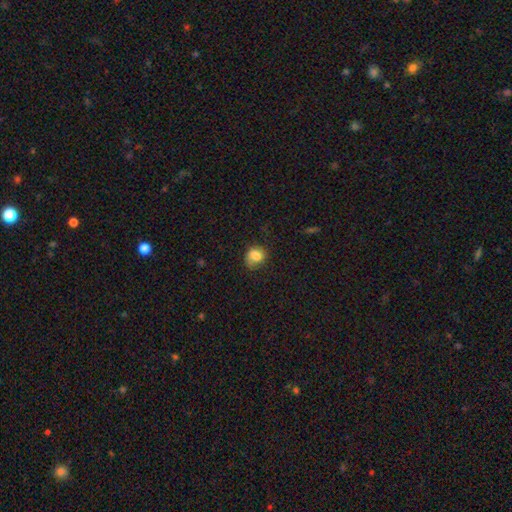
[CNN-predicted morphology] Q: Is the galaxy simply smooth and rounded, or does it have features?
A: smooth — 78%.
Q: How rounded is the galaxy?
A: round — 57%.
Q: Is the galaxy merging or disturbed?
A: none — 56%.